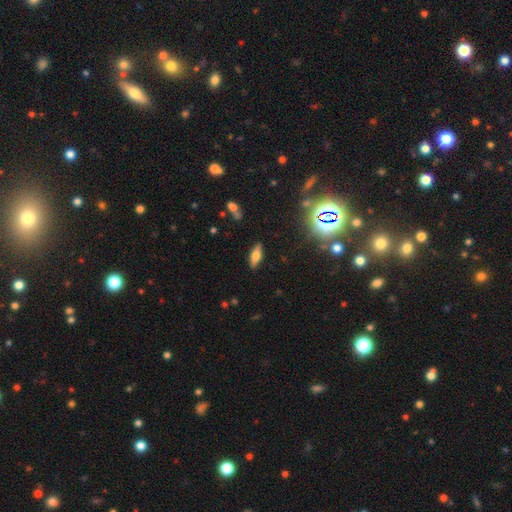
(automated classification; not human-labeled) smooth_or_featured: smooth (p=0.61) [alt: featured or disk p=0.26]
how_rounded: in between (p=0.69) [alt: cigar-shaped p=0.28]
merging: none (p=0.87) [alt: minor disturbance p=0.09]